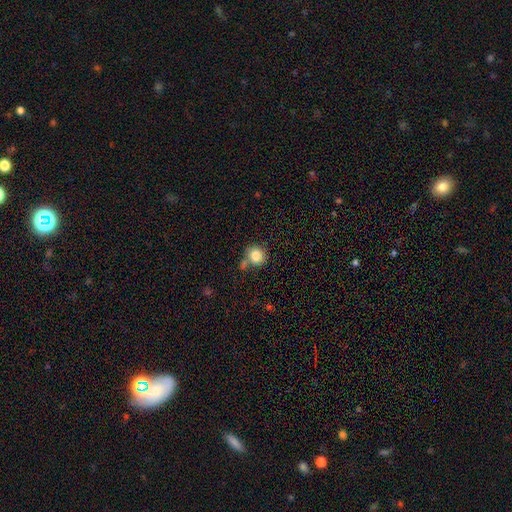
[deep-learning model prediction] Smooth or featured: smooth — 83% (star or artifact — 10%)
How rounded: round — 88% (in between — 11%)
Merging: none — 62% (merger — 17%)